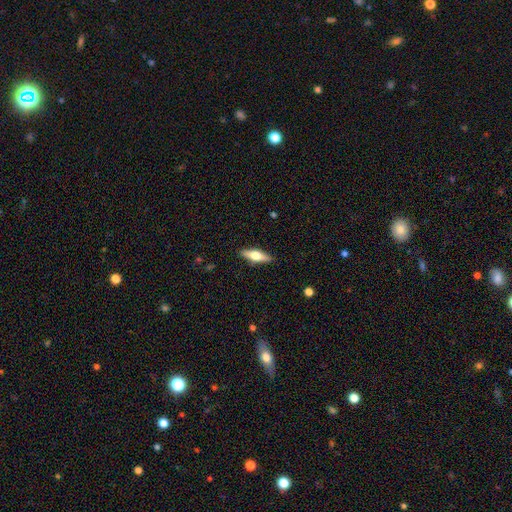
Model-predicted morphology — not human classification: The model was most divided on "smooth or featured": featured or disk: 48%, smooth: 46%, star or artifact: 6%. More confident: merging — none (89%).